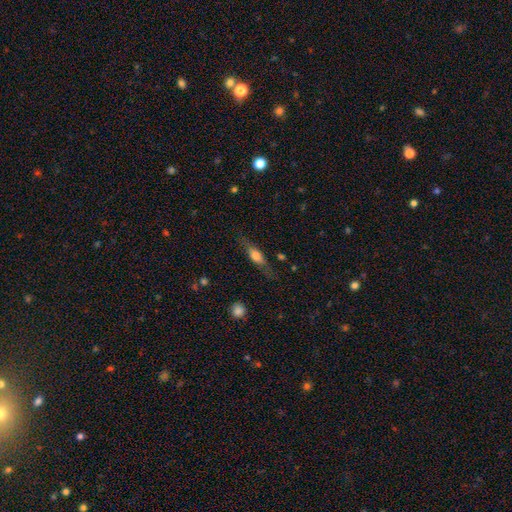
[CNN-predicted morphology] Smooth or featured?
  - smooth: 52% *
  - featured or disk: 42%
  - star or artifact: 7%
How rounded?
  - cigar-shaped: 51% *
  - in between: 45%
  - round: 4%
Merging?
  - none: 74% *
  - minor disturbance: 17%
  - major disturbance: 7%
  - merger: 2%